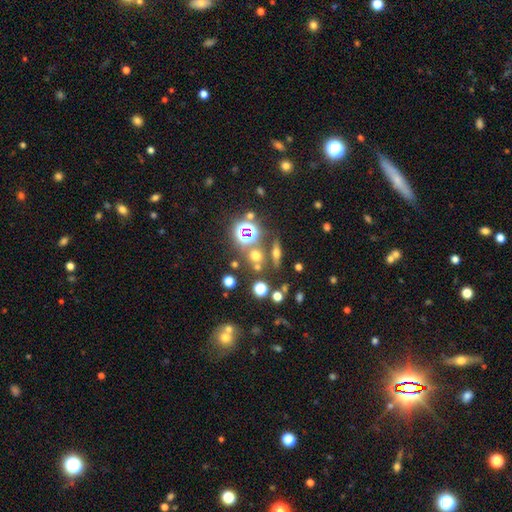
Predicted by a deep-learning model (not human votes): This appears to be a smooth galaxy with no disk features (43%). Merging: none (72%).